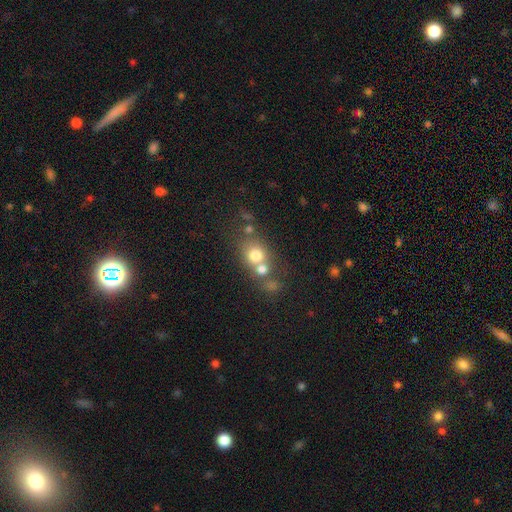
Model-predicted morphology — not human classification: Smooth or featured? Predicted: smooth (p=0.71). How rounded? Predicted: round (p=0.74). Merging? Predicted: merger (p=0.44).